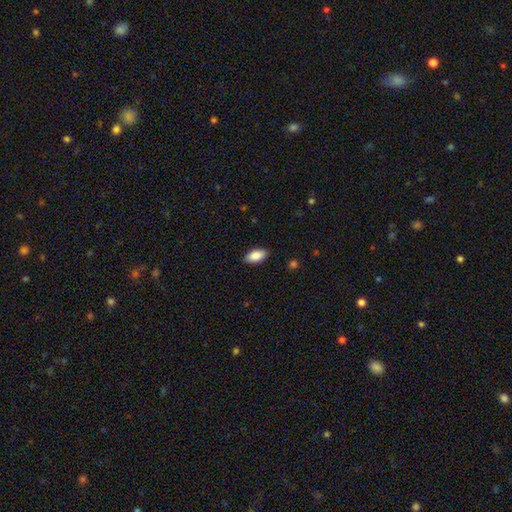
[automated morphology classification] Overall: smooth (88%). How rounded: in between (93%). Merging: none (88%).